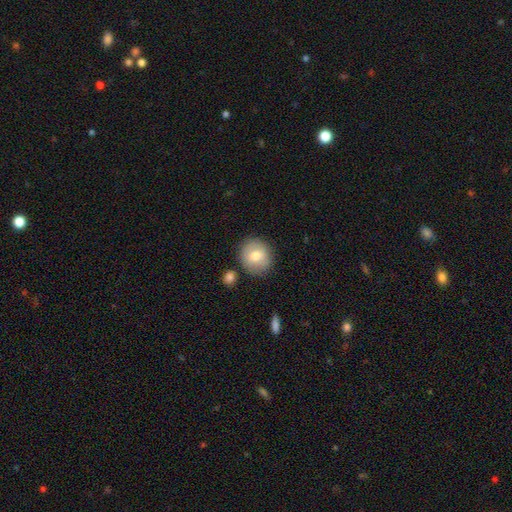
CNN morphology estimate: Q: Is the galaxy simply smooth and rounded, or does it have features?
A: smooth — 74%.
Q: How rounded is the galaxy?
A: round — 85%.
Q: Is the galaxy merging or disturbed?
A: none — 82%.